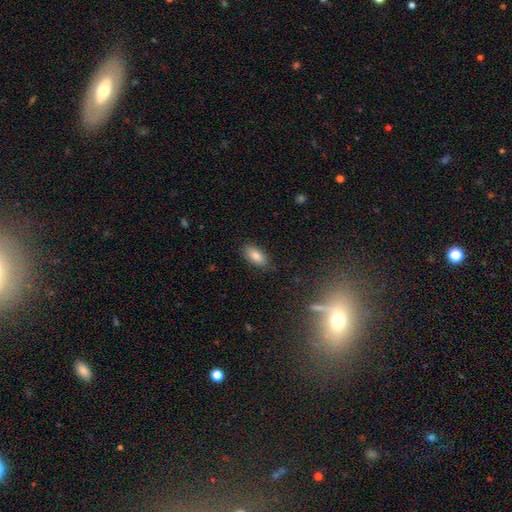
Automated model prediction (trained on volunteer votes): Overall: smooth (84%). How rounded: in between (90%). Merging: none (85%).